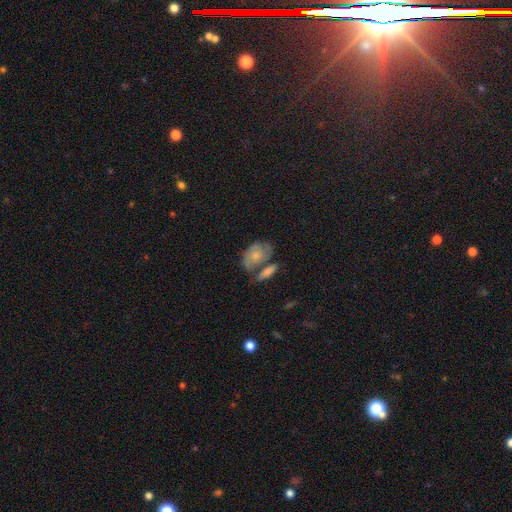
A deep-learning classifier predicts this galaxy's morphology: Smooth or featured? Predicted: smooth (p=0.56). How rounded? Predicted: in between (p=0.83). Merging? Predicted: none (p=0.36).